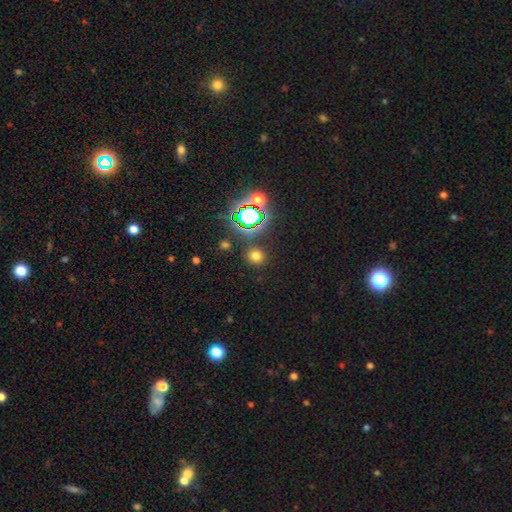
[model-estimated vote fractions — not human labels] Smooth or featured: smooth — 68% (star or artifact — 26%)
How rounded: round — 90% (in between — 9%)
Merging: none — 86% (minor disturbance — 7%)